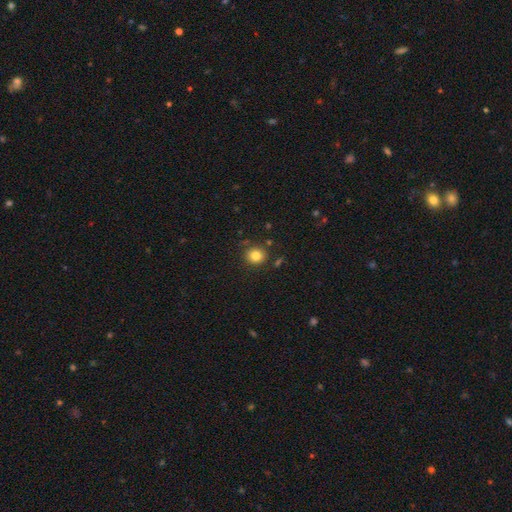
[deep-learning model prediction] Overall: smooth (82%). How rounded: round (85%). Merging: none (84%).